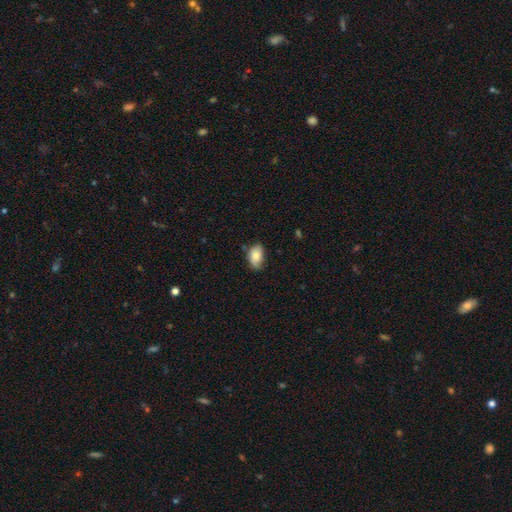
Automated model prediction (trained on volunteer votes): Smooth or featured?
  - smooth: 79% *
  - featured or disk: 13%
  - star or artifact: 7%
How rounded?
  - in between: 89% *
  - round: 9%
  - cigar-shaped: 2%
Merging?
  - none: 65% *
  - minor disturbance: 28%
  - major disturbance: 4%
  - merger: 2%